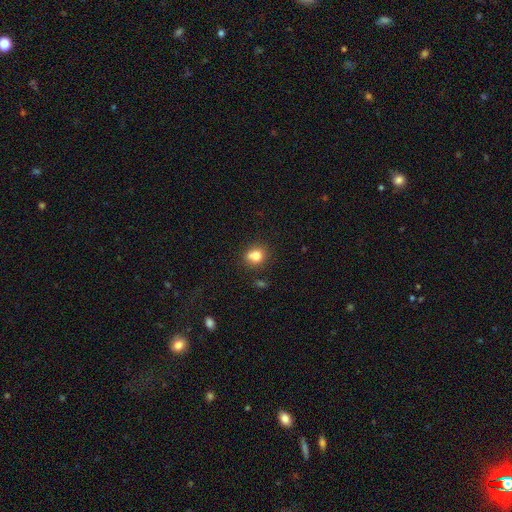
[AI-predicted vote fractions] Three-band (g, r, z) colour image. It shows a smooth galaxy with no disk features (79%) that is round (70%). Merging: none (62%).